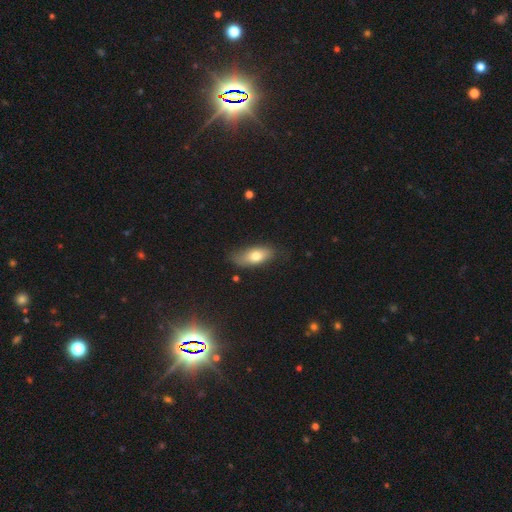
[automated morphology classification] Smooth or featured: smooth — 71% (featured or disk — 22%)
How rounded: in between — 82% (cigar-shaped — 13%)
Merging: none — 69% (minor disturbance — 24%)